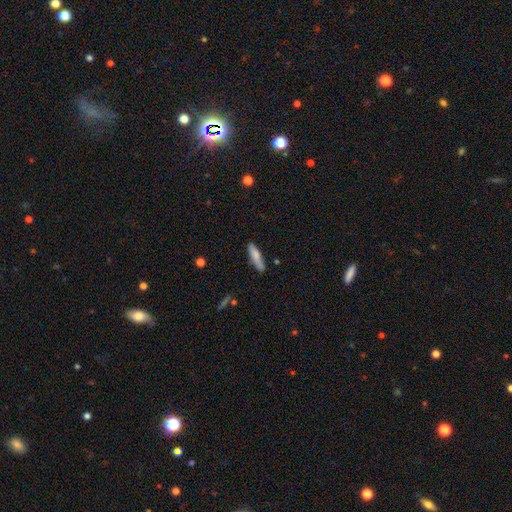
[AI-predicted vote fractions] Smooth or featured?
  - smooth: 75% *
  - featured or disk: 18%
  - star or artifact: 7%
How rounded?
  - cigar-shaped: 73% *
  - in between: 25%
  - round: 2%
Merging?
  - none: 77% *
  - minor disturbance: 18%
  - major disturbance: 3%
  - merger: 3%